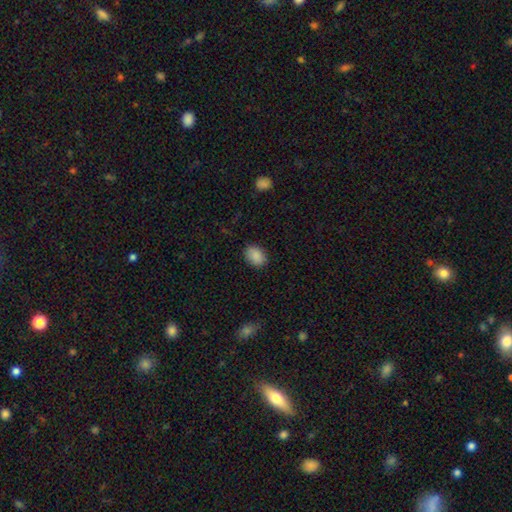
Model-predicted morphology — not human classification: smooth-or-featured: smooth: 89% | star or artifact: 8% | featured or disk: 3%
  how-rounded: in between: 76% | round: 23% | cigar-shaped: 1%
  merging: none: 87% | minor disturbance: 10% | major disturbance: 3% | merger: 1%